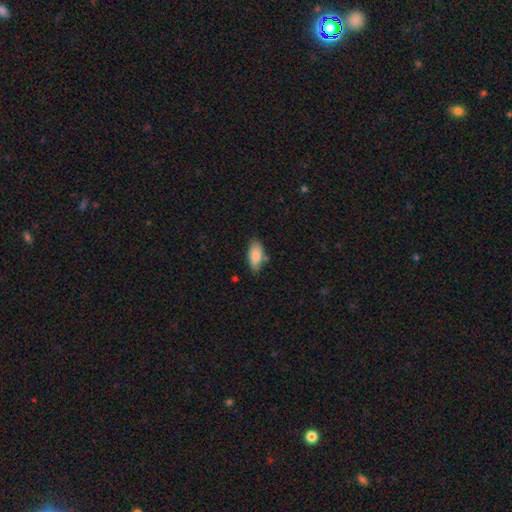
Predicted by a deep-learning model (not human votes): smooth 85%, featured or disk 8%, star or artifact 6%. Down the decision tree: how rounded — in between (89%); merging — none (75%).